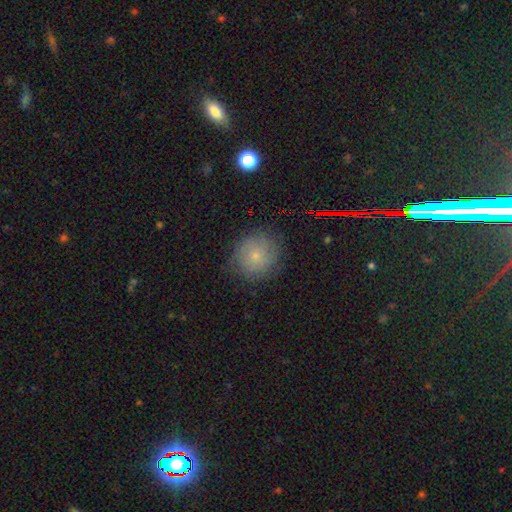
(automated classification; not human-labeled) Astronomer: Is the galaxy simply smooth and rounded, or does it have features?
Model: smooth — 62%.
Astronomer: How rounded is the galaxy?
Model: round — 87%.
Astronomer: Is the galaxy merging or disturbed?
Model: none — 78%.